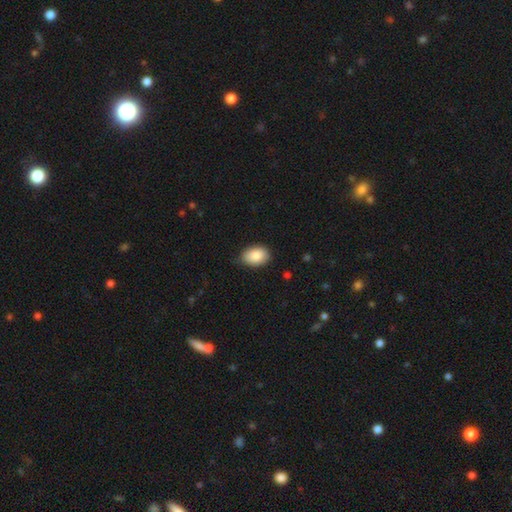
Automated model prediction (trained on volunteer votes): Q: Smooth or featured?
A: smooth (88%); runner-up: star or artifact (7%)
Q: How rounded?
A: in between (86%); runner-up: round (13%)
Q: Merging?
A: none (79%); runner-up: minor disturbance (17%)